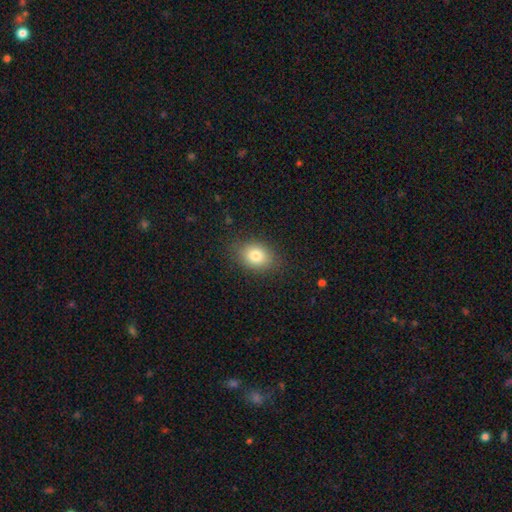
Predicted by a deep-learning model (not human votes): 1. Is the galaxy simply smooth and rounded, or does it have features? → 80% smooth, 10% star or artifact, 10% featured or disk.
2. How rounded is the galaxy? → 64% in between, 35% round, 1% cigar-shaped.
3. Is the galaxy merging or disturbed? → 83% none, 12% minor disturbance, 3% major disturbance, 1% merger.